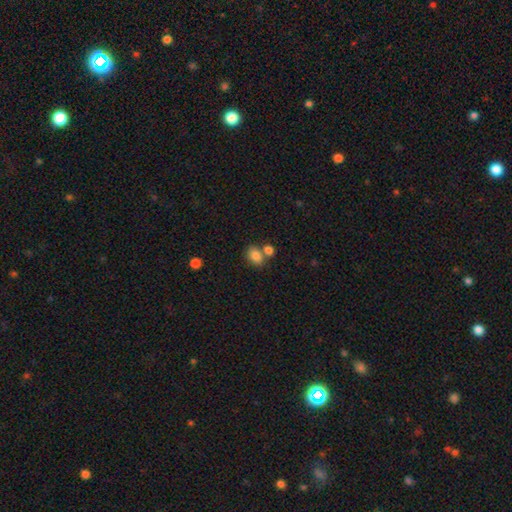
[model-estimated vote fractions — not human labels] A smooth galaxy with no disk features (83%) that is in between round and cigar-shaped (71%).

Vote fractions:
- Smooth or featured? smooth: 83% / star or artifact: 10% / featured or disk: 7%
- How rounded? in between: 71% / round: 27% / cigar-shaped: 1%
- Merging? none: 51% / merger: 32% / minor disturbance: 12% / major disturbance: 4%